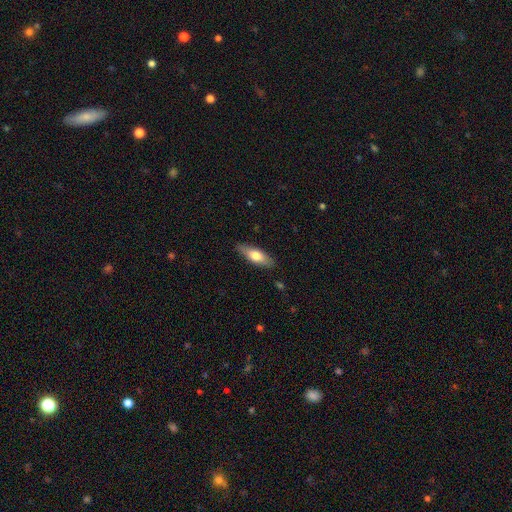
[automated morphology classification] type=smooth (65%); roundness=in between (60%); merging=none (85%).